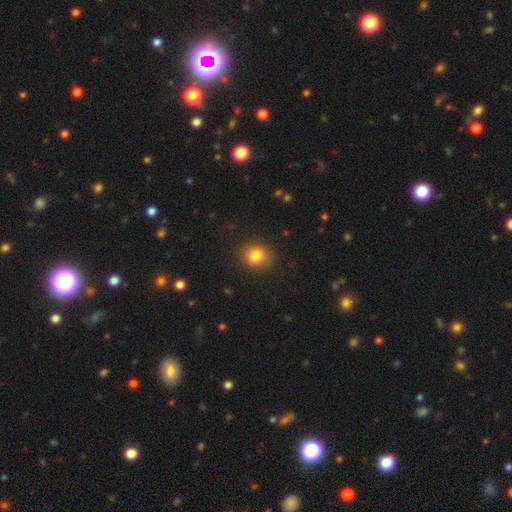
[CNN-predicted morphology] type=smooth (82%); roundness=round (77%); merging=none (87%).